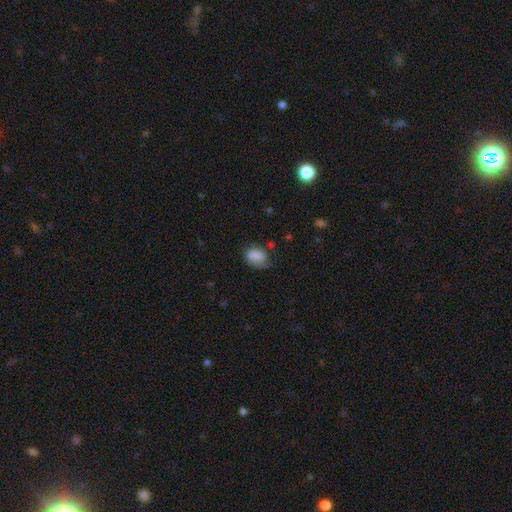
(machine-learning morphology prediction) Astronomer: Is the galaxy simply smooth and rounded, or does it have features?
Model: smooth — 70%.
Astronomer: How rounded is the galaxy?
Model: in between — 77%.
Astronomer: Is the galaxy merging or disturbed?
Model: none — 43% (runner-up: minor disturbance, 33%).